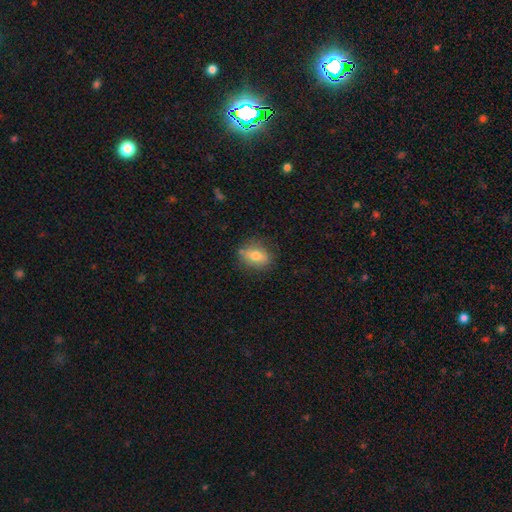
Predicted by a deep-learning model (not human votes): Smooth or featured? Predicted: smooth (p=0.71). How rounded? Predicted: in between (p=0.65). Merging? Predicted: none (p=0.75).